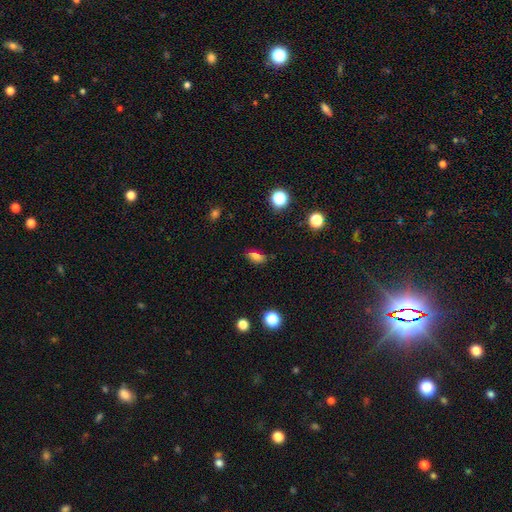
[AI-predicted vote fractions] smooth 74%, star or artifact 16%, featured or disk 10%. Down the decision tree: how rounded — in between (81%); merging — none (79%).